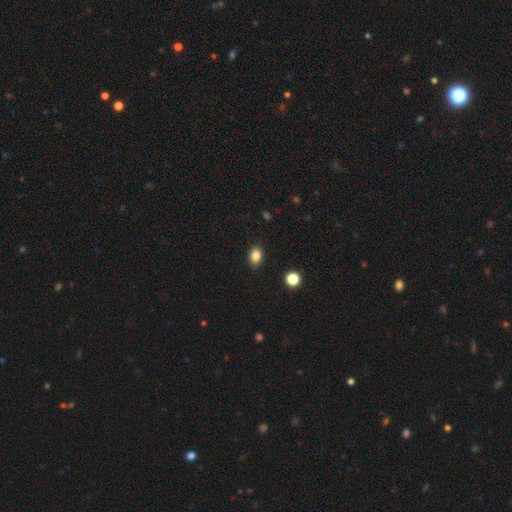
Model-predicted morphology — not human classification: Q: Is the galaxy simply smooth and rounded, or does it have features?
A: smooth — 85%.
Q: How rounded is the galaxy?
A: in between — 70%.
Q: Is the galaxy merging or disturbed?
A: none — 86%.